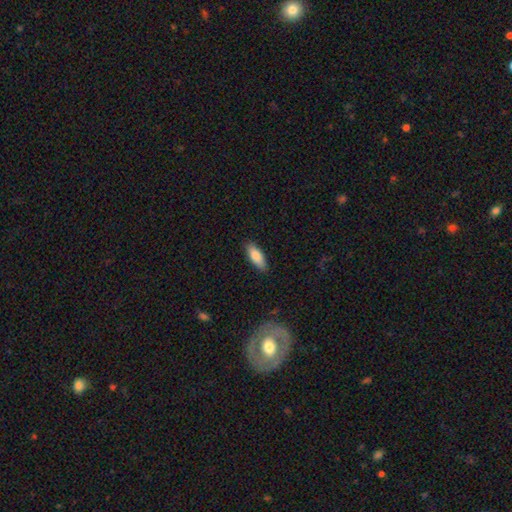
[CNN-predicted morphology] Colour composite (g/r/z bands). It shows a smooth galaxy with no disk features (82%) that is in between round and cigar-shaped (72%). Merging: none (87%).